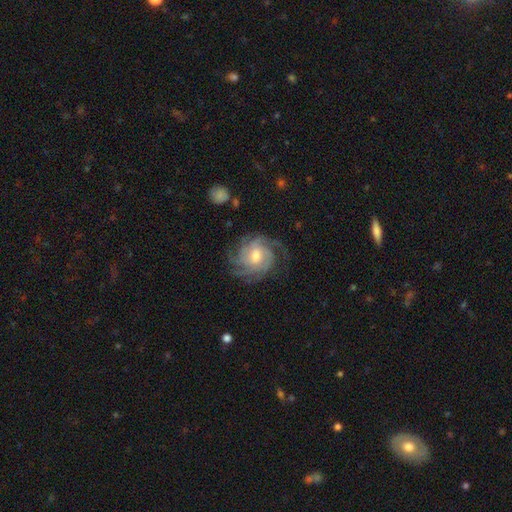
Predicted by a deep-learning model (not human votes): Overall: featured or disk (86%). Edge-on disk: no (97%). Bar: no (52%; weak 40%). Spiral arms: yes (97%). Spiral arm count: 4 (27%; 3 23%). Spiral winding: tight (58%; medium 33%). Bulge size: moderate (66%). Merging: none (75%).